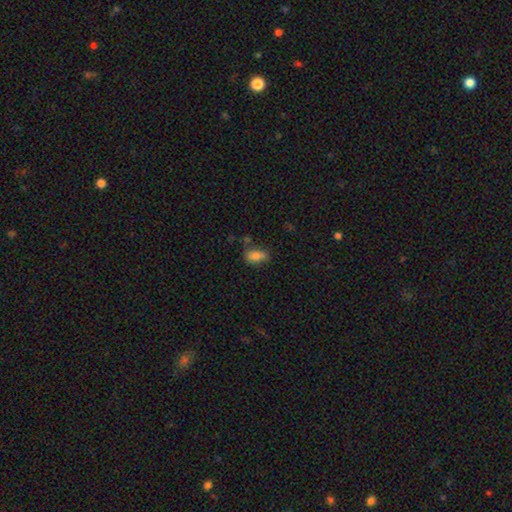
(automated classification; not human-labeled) Q: Smooth or featured?
A: smooth (80%); runner-up: featured or disk (10%)
Q: How rounded?
A: in between (88%); runner-up: round (6%)
Q: Merging?
A: none (65%); runner-up: minor disturbance (22%)